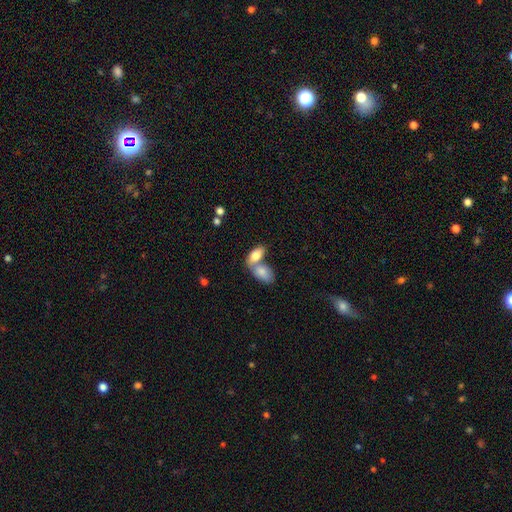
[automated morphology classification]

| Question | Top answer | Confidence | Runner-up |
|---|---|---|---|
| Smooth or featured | smooth | 78% | featured or disk (15%) |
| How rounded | in between | 91% | cigar-shaped (6%) |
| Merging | merger | 58% | none (31%) |